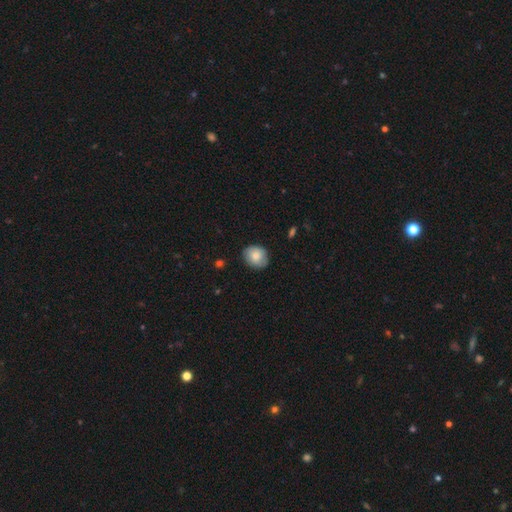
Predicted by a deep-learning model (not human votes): Q: Smooth or featured?
A: smooth (80%); runner-up: featured or disk (13%)
Q: How rounded?
A: round (64%); runner-up: in between (35%)
Q: Merging?
A: none (79%); runner-up: minor disturbance (17%)